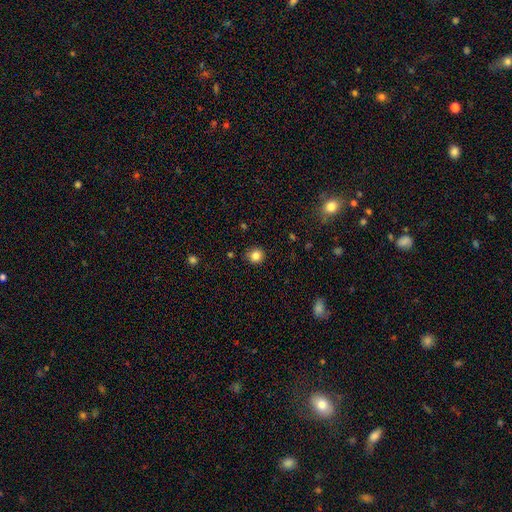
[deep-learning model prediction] Smooth or featured? Predicted: smooth (p=0.84). How rounded? Predicted: round (p=0.88). Merging? Predicted: none (p=0.87).